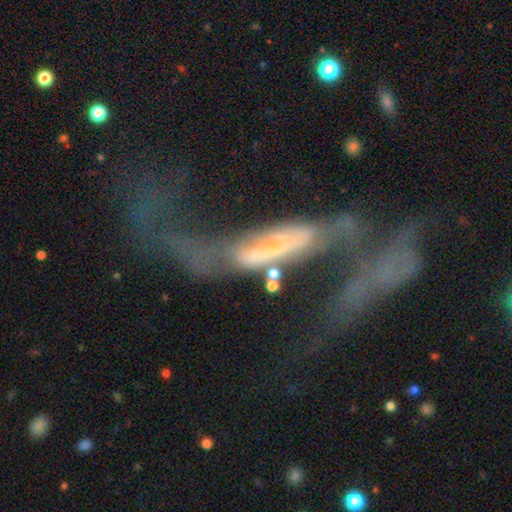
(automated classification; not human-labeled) The model was most divided on "merging": none: 42%, major disturbance: 25%, minor disturbance: 24%, merger: 9%. More confident: edge-on disk — no (61%); smooth or featured — featured or disk (53%).